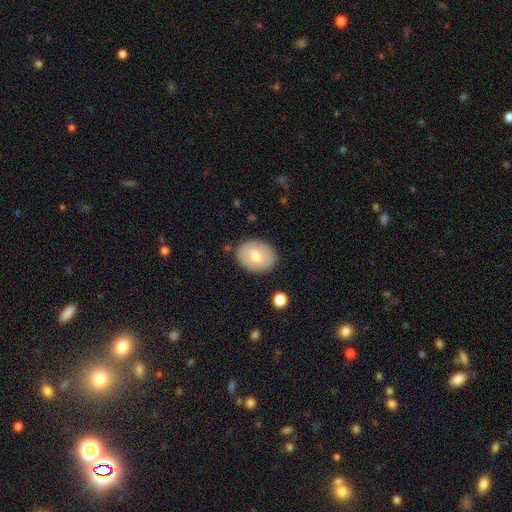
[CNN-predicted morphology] The model was most divided on "how rounded": in between: 58%, round: 41%, cigar-shaped: 1%. More confident: merging — none (87%); smooth or featured — smooth (66%).